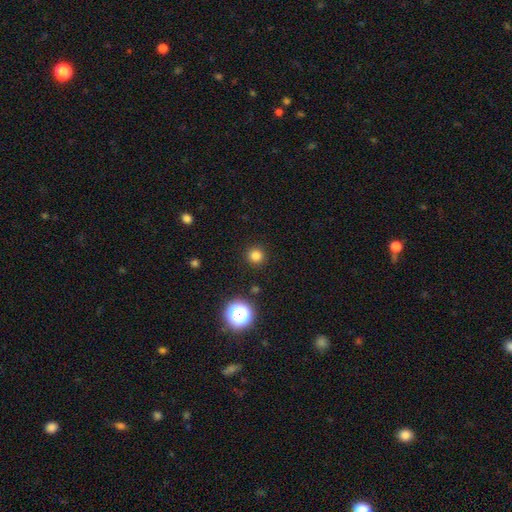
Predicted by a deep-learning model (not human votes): smooth_or_featured: smooth (p=0.81) [alt: star or artifact p=0.15]
how_rounded: round (p=0.95) [alt: in between p=0.05]
merging: none (p=0.92) [alt: minor disturbance p=0.05]